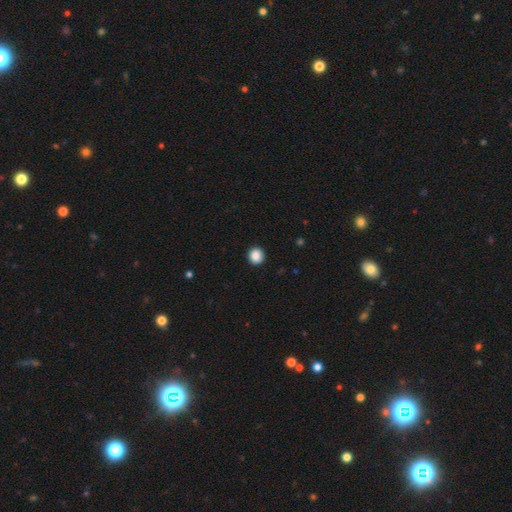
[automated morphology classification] A smooth galaxy with no disk features (88%) that is round (89%). Merging: none (93%).